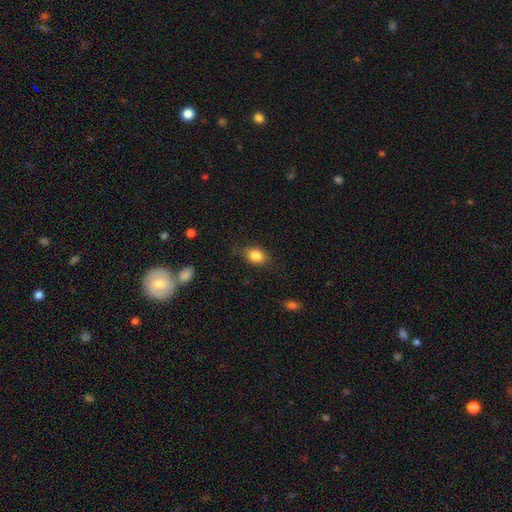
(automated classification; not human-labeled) Smooth or featured? smooth (84%)
How rounded? in between (72%)
Merging? none (80%)